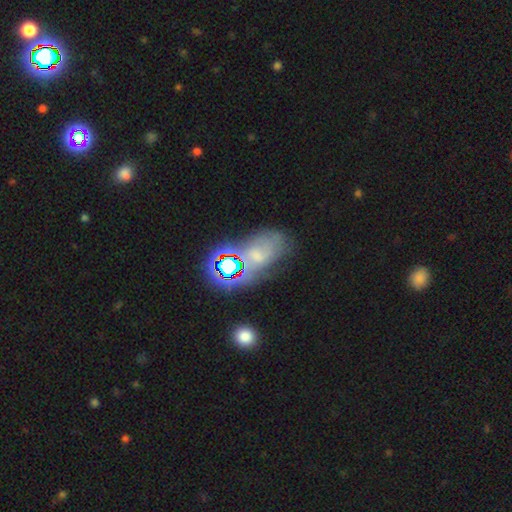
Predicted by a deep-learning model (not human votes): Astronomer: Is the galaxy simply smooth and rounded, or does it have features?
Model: featured or disk — 41% (runner-up: star or artifact, 31%).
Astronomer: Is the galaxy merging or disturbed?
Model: none — 49%.